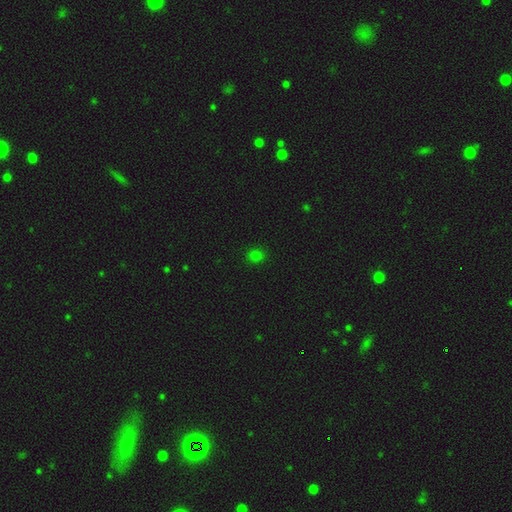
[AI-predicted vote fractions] A smooth galaxy with no disk features (77%) that is round (71%).

Vote fractions:
- Smooth or featured? smooth: 77% / star or artifact: 20% / featured or disk: 3%
- How rounded? round: 71% / in between: 28% / cigar-shaped: 1%
- Merging? none: 88% / minor disturbance: 8% / major disturbance: 2% / merger: 1%